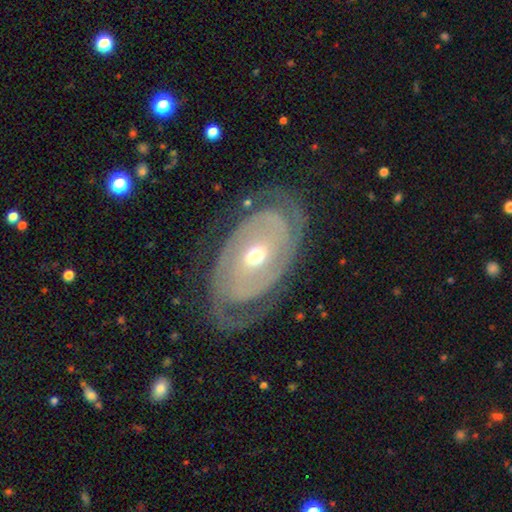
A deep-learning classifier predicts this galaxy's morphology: type=featured or disk (82%); edge-on=no (94%); bar=no (54%); spiral arms=yes (80%); winding=tight (50%); arm count=2 (67%); bulge=moderate (53%); merging=none (64%).